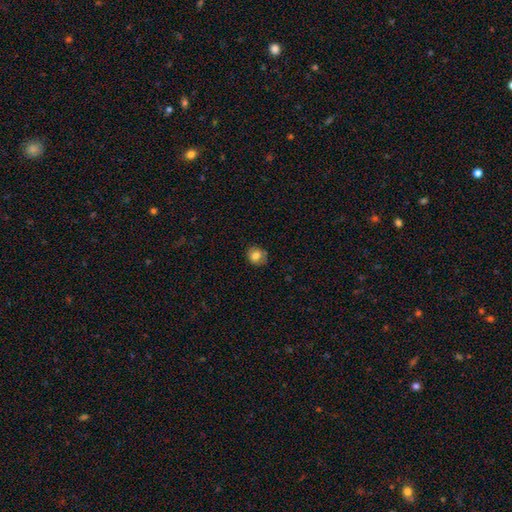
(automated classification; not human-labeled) The model was most divided on "how rounded": round: 76%, in between: 23%, cigar-shaped: 1%. More confident: smooth or featured — smooth (80%); merging — none (78%).